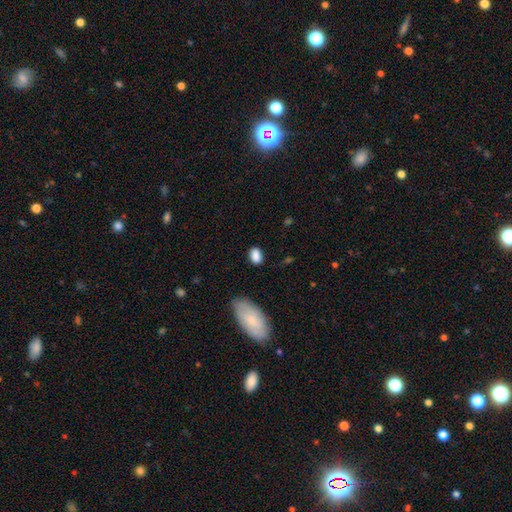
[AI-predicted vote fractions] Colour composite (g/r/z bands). It shows a smooth galaxy with no disk features (86%) that is in between round and cigar-shaped (85%). Merging: none (77%).